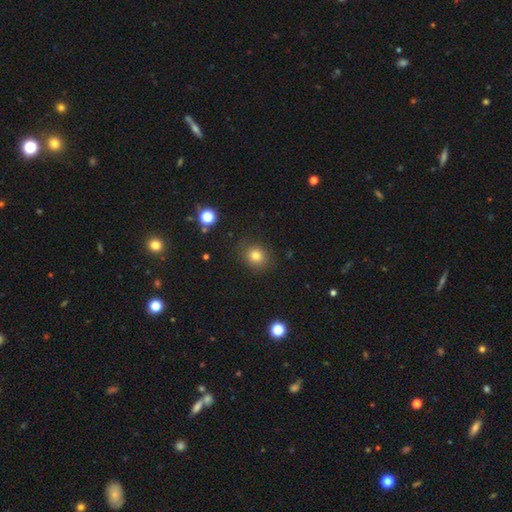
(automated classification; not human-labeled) Overall: smooth (79%). How rounded: round (75%). Merging: none (85%).